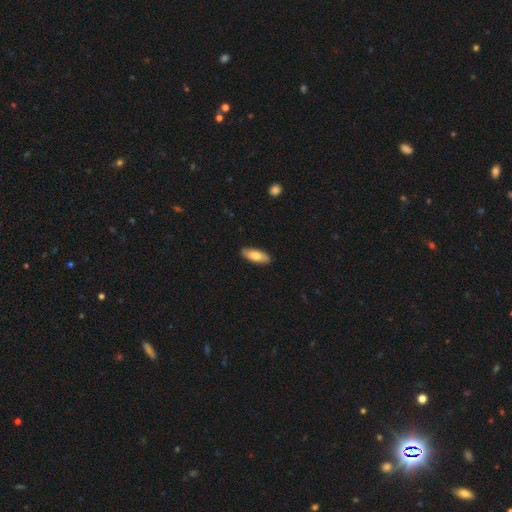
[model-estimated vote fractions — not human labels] Smooth or featured? smooth (77%)
How rounded? in between (76%)
Merging? none (88%)